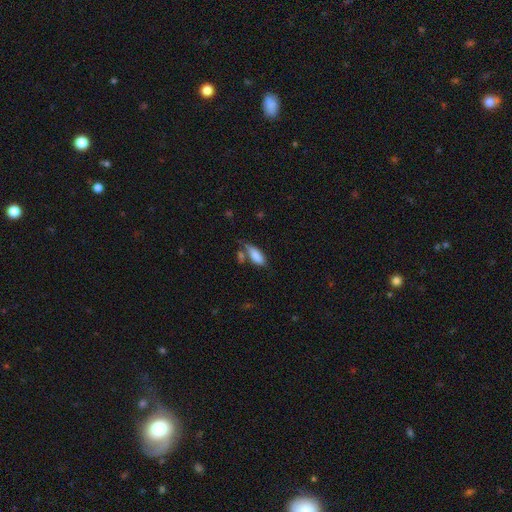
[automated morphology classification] Q: Smooth or featured?
A: smooth (84%); runner-up: featured or disk (9%)
Q: How rounded?
A: in between (71%); runner-up: cigar-shaped (27%)
Q: Merging?
A: none (51%); runner-up: minor disturbance (23%)